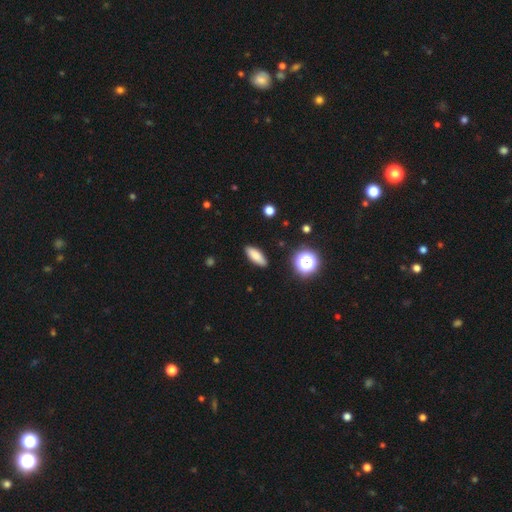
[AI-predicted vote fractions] Overall: smooth (81%). How rounded: in between (66%; cigar-shaped 30%). Merging: none (89%).